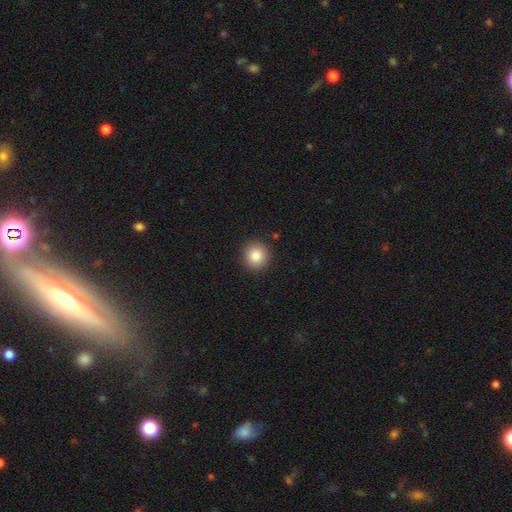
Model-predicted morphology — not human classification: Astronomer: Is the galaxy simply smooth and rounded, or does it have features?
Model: smooth — 86%.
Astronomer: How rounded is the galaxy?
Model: round — 92%.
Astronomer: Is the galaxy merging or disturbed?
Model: none — 91%.